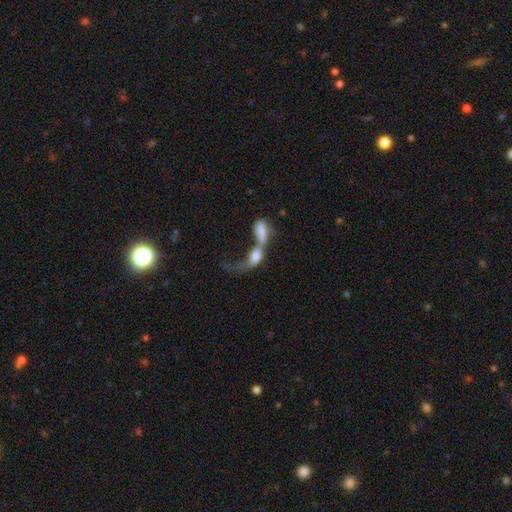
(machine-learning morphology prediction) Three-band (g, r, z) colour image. It shows a smooth galaxy with no disk features (52%) that is in between round and cigar-shaped (69%). Merging: merger (74%).